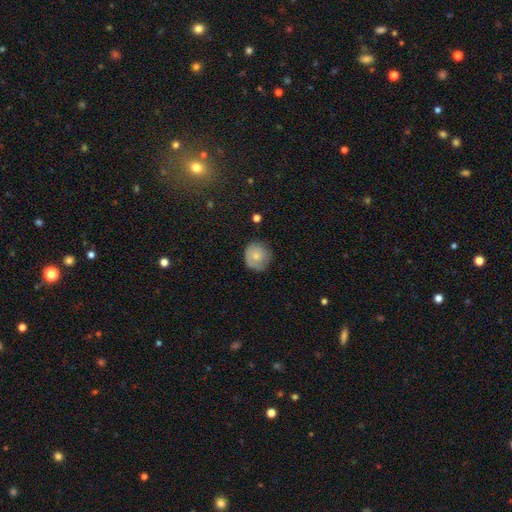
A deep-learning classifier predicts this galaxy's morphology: This appears to be a smooth galaxy with no disk features (67%) that is round (89%). Merging: none (71%).